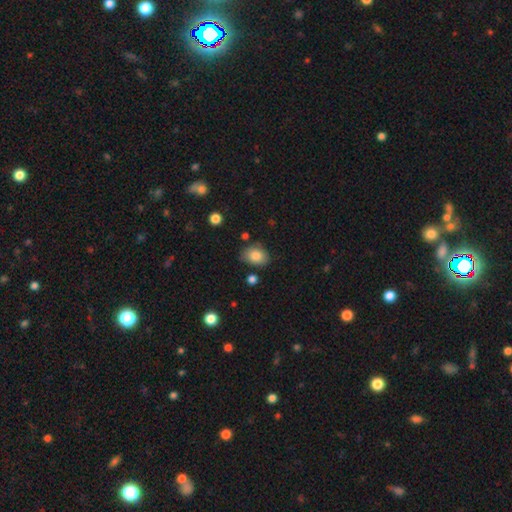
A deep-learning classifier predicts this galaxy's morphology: Q: Smooth or featured?
A: smooth (83%); runner-up: featured or disk (8%)
Q: How rounded?
A: in between (71%); runner-up: round (28%)
Q: Merging?
A: none (74%); runner-up: minor disturbance (19%)